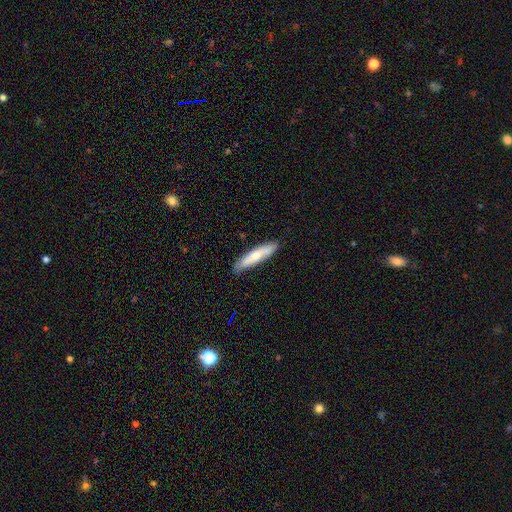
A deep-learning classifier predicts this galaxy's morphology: A smooth galaxy with no disk features (67%) that is cigar-shaped (83%). Merging: none (85%).